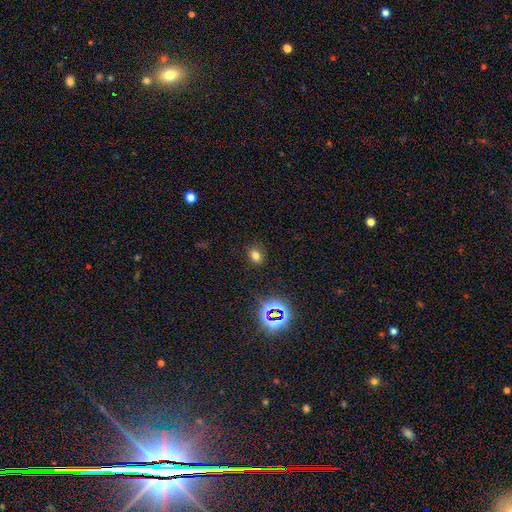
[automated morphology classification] A smooth galaxy with no disk features (70%) that is in between round and cigar-shaped (64%).

Vote fractions:
- Smooth or featured? smooth: 70% / star or artifact: 23% / featured or disk: 7%
- How rounded? in between: 64% / round: 35% / cigar-shaped: 1%
- Merging? none: 85% / minor disturbance: 10% / major disturbance: 3% / merger: 2%